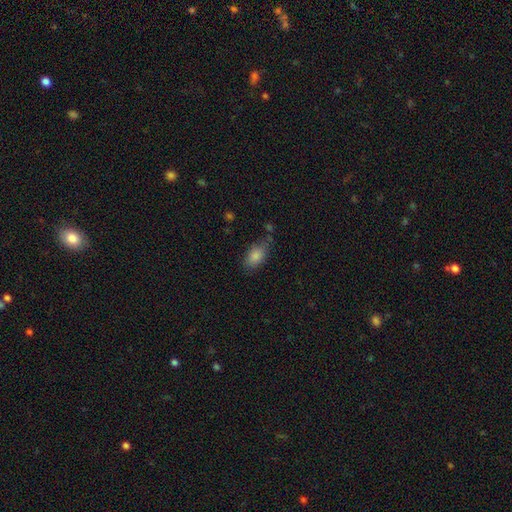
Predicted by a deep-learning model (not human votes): This appears to be a smooth galaxy with no disk features (85%) that is in between round and cigar-shaped (90%). Merging: none (65%).